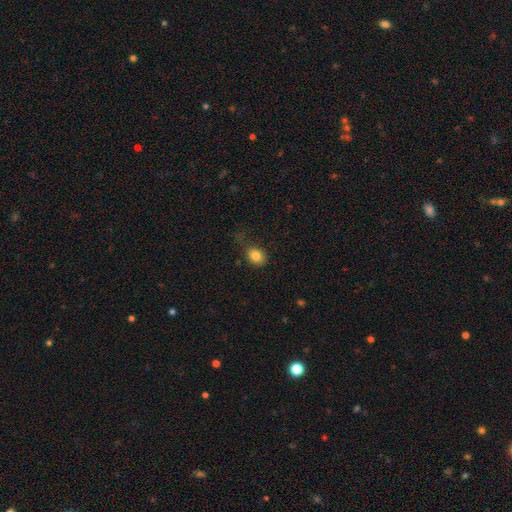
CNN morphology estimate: Smooth or featured: smooth — 83% (star or artifact — 10%)
How rounded: in between — 52% (round — 47%)
Merging: none — 64% (minor disturbance — 23%)